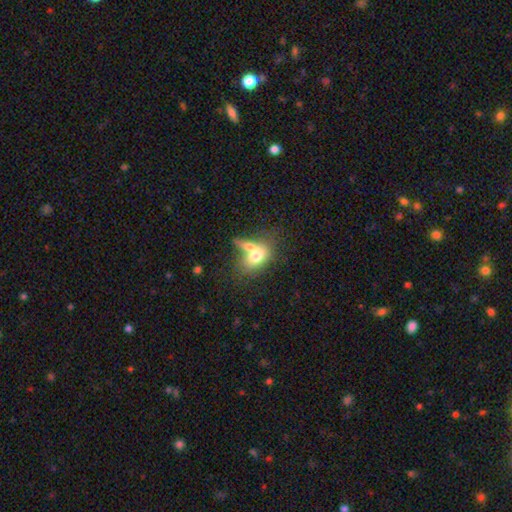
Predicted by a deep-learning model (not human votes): The model was most divided on "merging": merger: 53%, none: 28%, minor disturbance: 11%, major disturbance: 8%. More confident: how rounded — in between (79%); smooth or featured — smooth (71%).